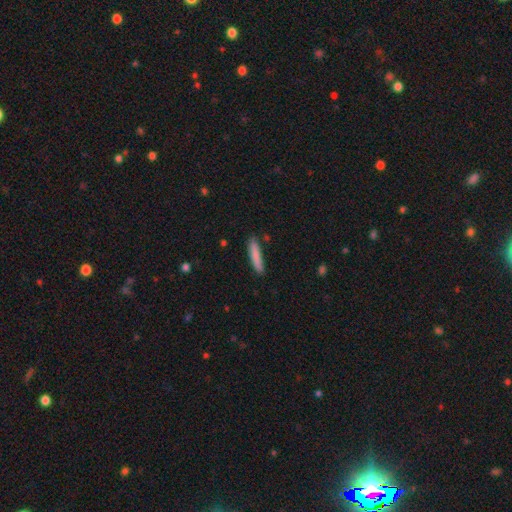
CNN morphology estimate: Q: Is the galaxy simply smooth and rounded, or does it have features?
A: smooth — 84%.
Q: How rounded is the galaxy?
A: cigar-shaped — 89%.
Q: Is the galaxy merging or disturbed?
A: none — 85%.